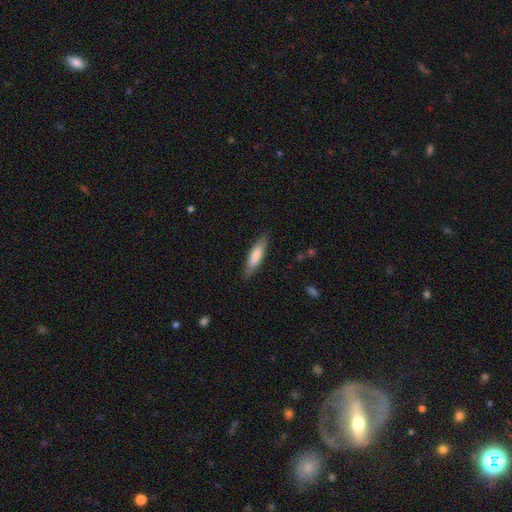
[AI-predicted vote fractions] This appears to be a smooth galaxy with no disk features (77%) that is cigar-shaped (75%). Merging: none (85%).